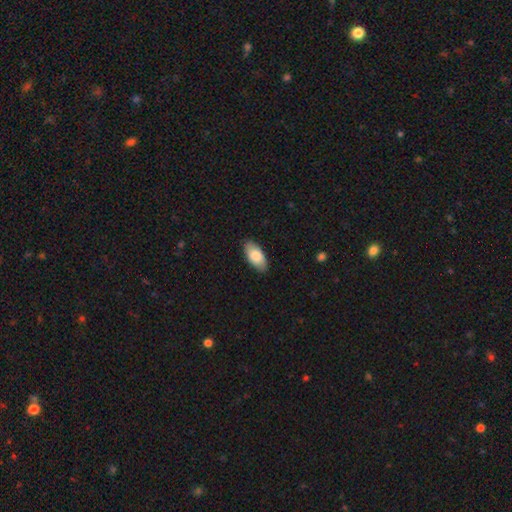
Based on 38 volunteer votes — This appears to be a smooth galaxy with no disk features (87%) that is in between round and cigar-shaped (76%). Merging: none (91%).